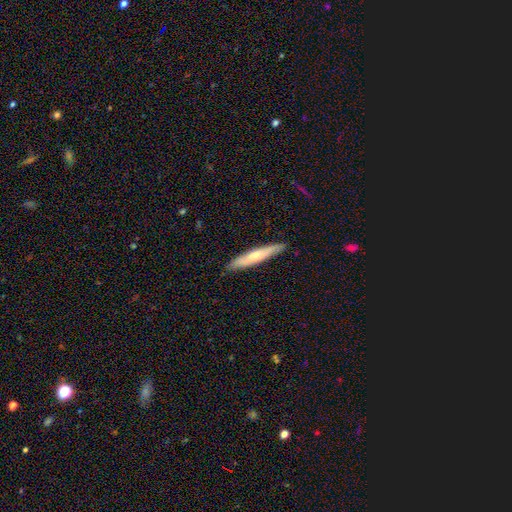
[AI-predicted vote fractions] The model was most divided on "smooth or featured": smooth: 57%, featured or disk: 38%, star or artifact: 5%. More confident: how rounded — cigar-shaped (93%); merging — none (89%).